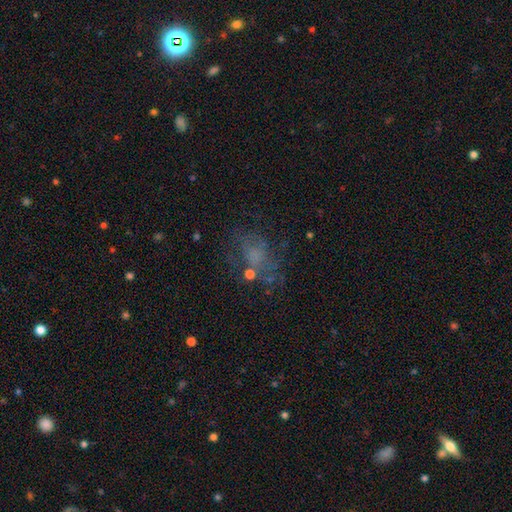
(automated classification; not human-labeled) This is marginally a featured or disk galaxy (40%). Merging: possibly none (51%).